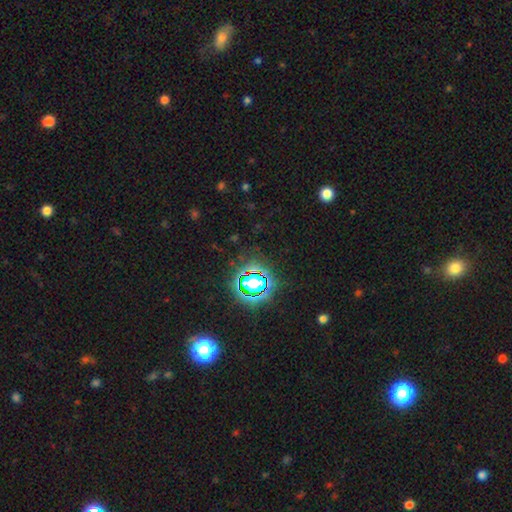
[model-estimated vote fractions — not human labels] Smooth or featured? Predicted: star or artifact (p=0.78).